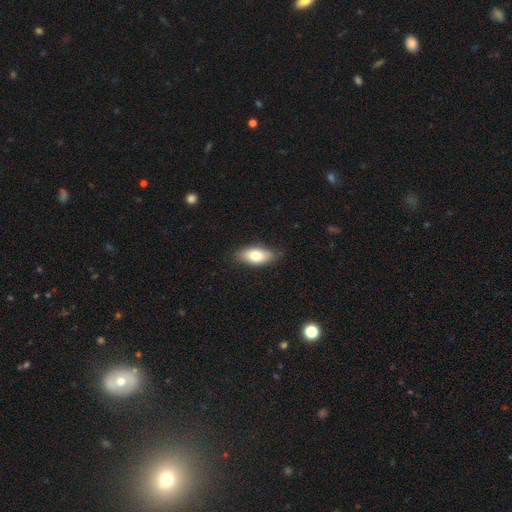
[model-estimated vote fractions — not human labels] A smooth galaxy with no disk features (76%) that is in between round and cigar-shaped (87%). Merging: none (83%).